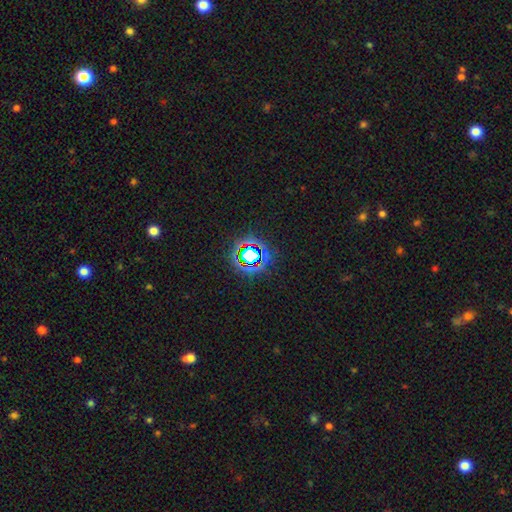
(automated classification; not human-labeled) smooth-or-featured: star or artifact: 67% | smooth: 21% | featured or disk: 12%